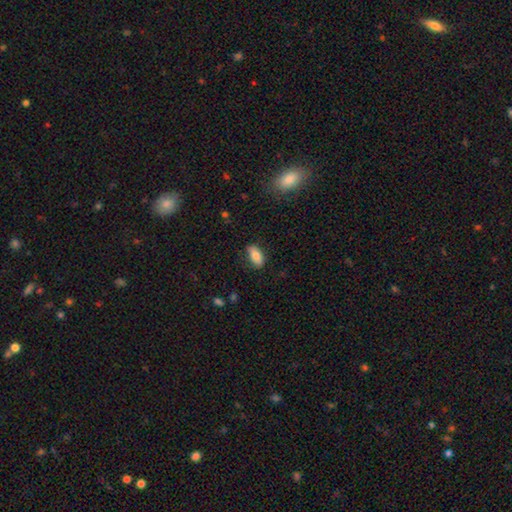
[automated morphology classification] smooth-or-featured: smooth: 80% | featured or disk: 13% | star or artifact: 7%
  how-rounded: in between: 87% | cigar-shaped: 10% | round: 3%
  merging: none: 79% | minor disturbance: 16% | major disturbance: 3% | merger: 1%